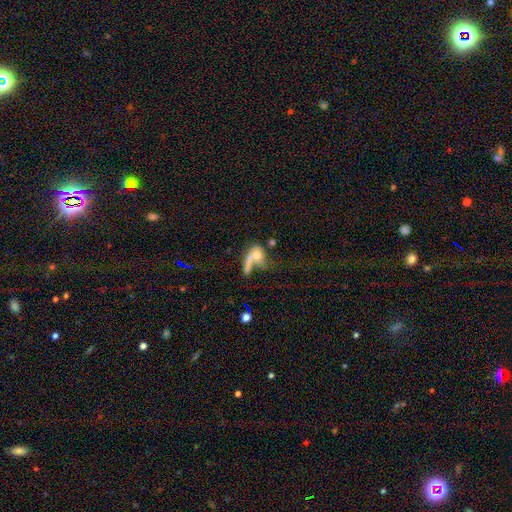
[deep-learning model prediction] This is possibly a smooth galaxy (59%). How rounded: possibly in between (53%). Merging: marginally merger (40%).